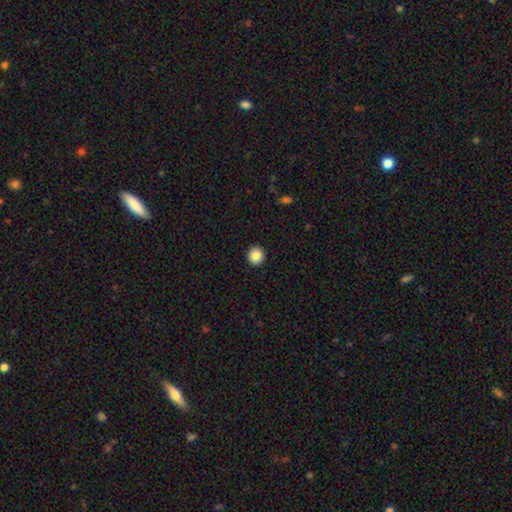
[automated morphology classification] Smooth or featured? smooth (85%)
How rounded? round (95%)
Merging? none (94%)